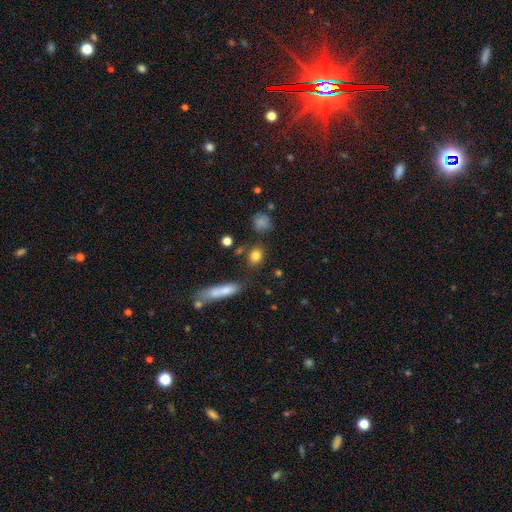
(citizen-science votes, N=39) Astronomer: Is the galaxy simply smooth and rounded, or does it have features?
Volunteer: smooth — 85%.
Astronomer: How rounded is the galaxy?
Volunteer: in between — 55% (runner-up: round, 39%).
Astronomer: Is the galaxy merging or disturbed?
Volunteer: none — 78%.